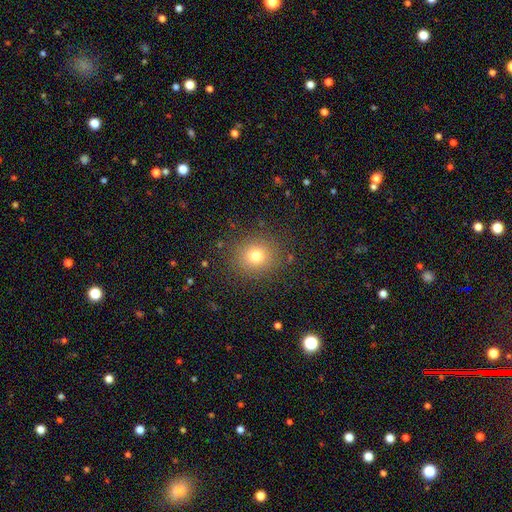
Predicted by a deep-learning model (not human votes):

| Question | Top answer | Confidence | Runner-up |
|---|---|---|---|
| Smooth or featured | smooth | 74% | star or artifact (16%) |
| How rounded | round | 86% | in between (13%) |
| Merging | none | 87% | minor disturbance (8%) |